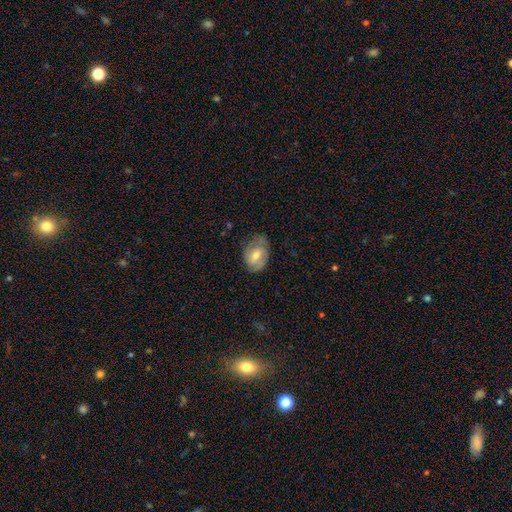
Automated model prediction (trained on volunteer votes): Q: Smooth or featured?
A: smooth (49%); runner-up: featured or disk (43%)
Q: Merging?
A: none (59%); runner-up: minor disturbance (30%)